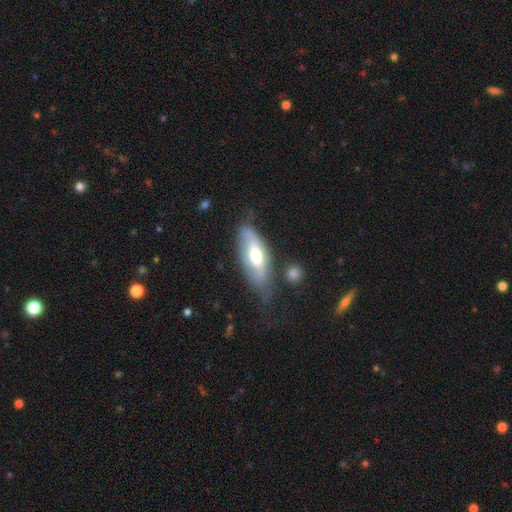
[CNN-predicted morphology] This is possibly a smooth galaxy (48%). Merging: possibly none (53%).